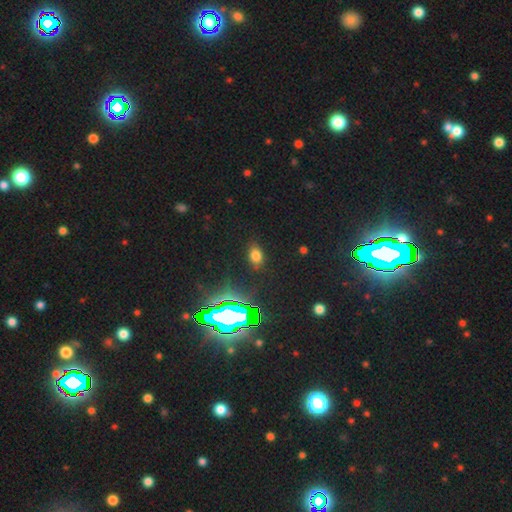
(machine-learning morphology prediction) Smooth or featured?
  - smooth: 66% *
  - star or artifact: 27%
  - featured or disk: 7%
How rounded?
  - in between: 73% *
  - round: 25%
  - cigar-shaped: 2%
Merging?
  - none: 85% *
  - minor disturbance: 11%
  - major disturbance: 3%
  - merger: 2%